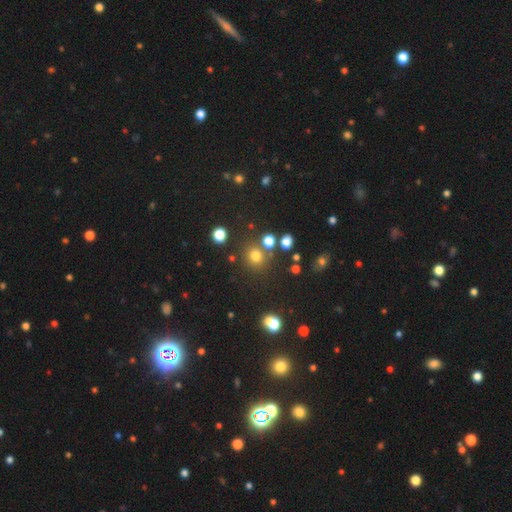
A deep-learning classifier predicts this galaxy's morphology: Smooth or featured: smooth — 73% (star or artifact — 20%)
How rounded: round — 87% (in between — 12%)
Merging: none — 76% (merger — 11%)